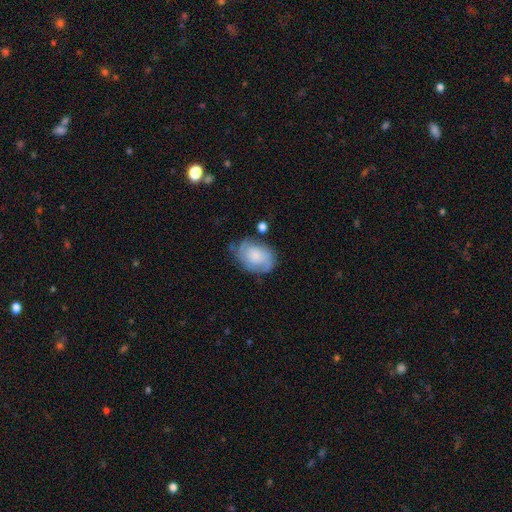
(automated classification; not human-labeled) Smooth or featured? featured or disk (55%)
Edge-on disk? no (97%)
Bar? no (77%)
Spiral arms? yes (83%)
Bulge size? small (36%)
Merging? none (64%)